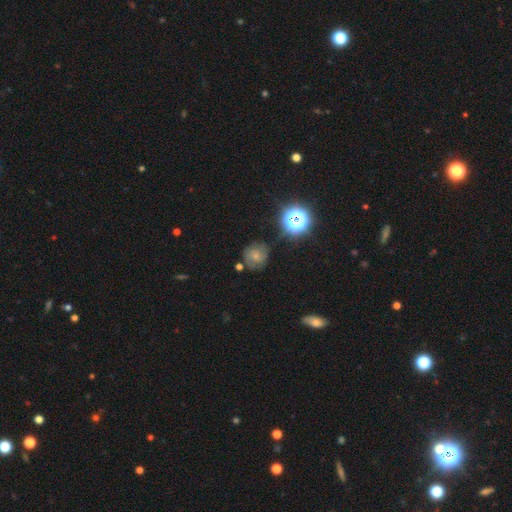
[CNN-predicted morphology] Smooth or featured? Predicted: smooth (p=0.46). Merging? Predicted: none (p=0.66).